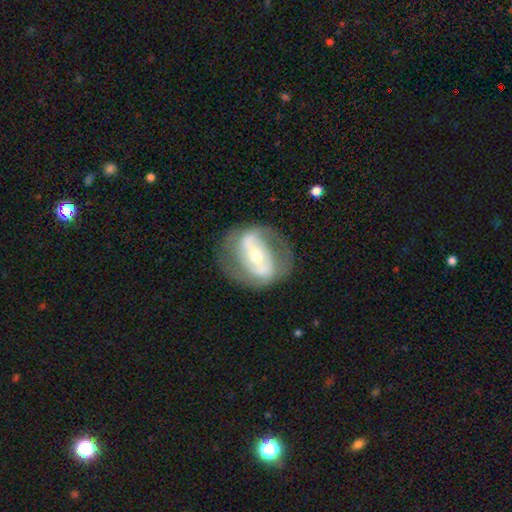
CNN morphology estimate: A featured or disk galaxy (75%) with a strong bar (50%), spiral arms (67%) and a moderate central bulge (53%). Merging: none (71%).